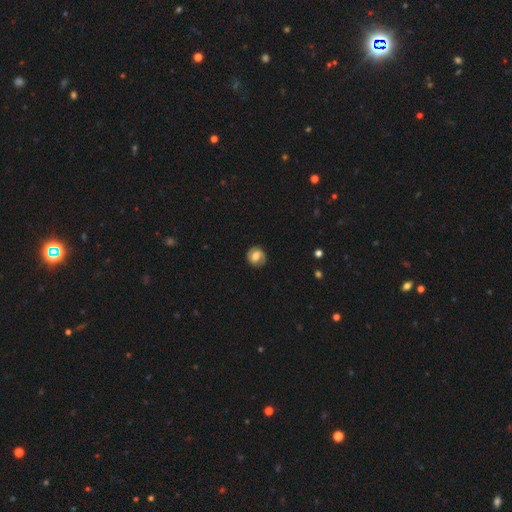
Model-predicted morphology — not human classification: type=featured or disk (56%); edge-on=no (97%); bar=weak (48%); spiral arms=yes (81%); bulge=moderate (63%); merging=none (85%).